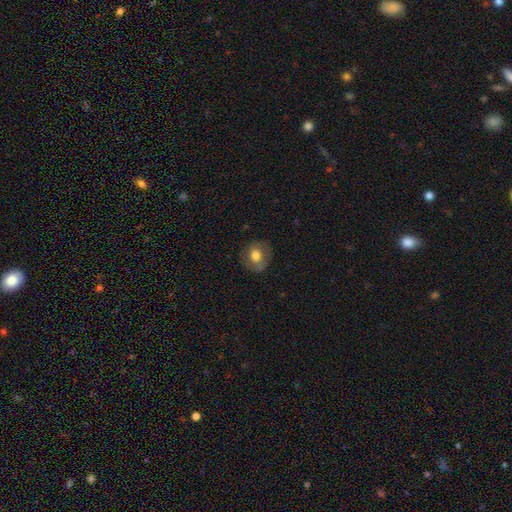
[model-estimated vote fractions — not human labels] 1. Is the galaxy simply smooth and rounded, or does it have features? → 70% smooth, 21% featured or disk, 9% star or artifact.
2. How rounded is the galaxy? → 77% round, 22% in between, 1% cigar-shaped.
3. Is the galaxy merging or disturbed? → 80% none, 14% minor disturbance, 5% major disturbance, 1% merger.